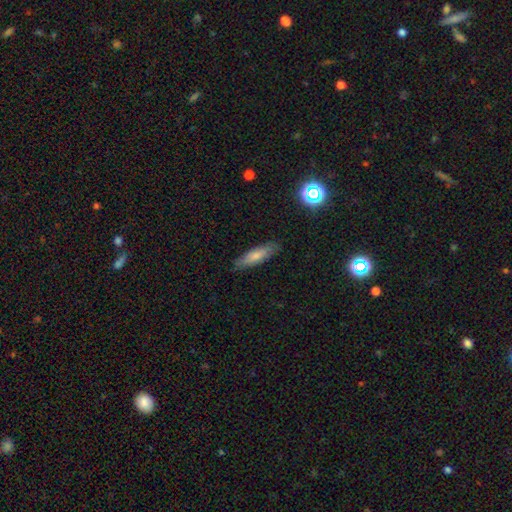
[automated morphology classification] Smooth or featured? smooth (74%)
How rounded? cigar-shaped (66%)
Merging? none (84%)